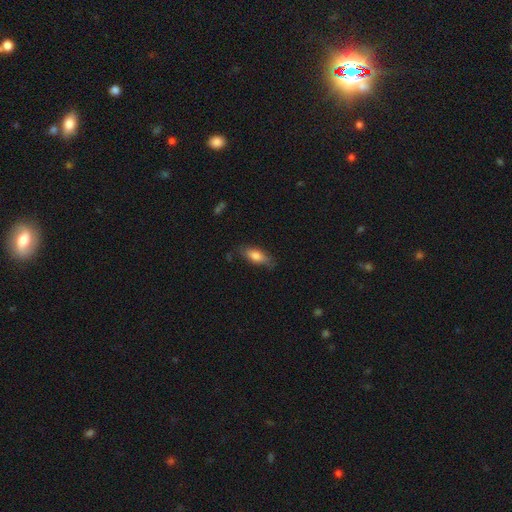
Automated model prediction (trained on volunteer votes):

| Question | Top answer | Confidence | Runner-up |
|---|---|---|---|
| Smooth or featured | smooth | 77% | featured or disk (16%) |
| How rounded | in between | 76% | cigar-shaped (22%) |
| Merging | none | 72% | minor disturbance (21%) |